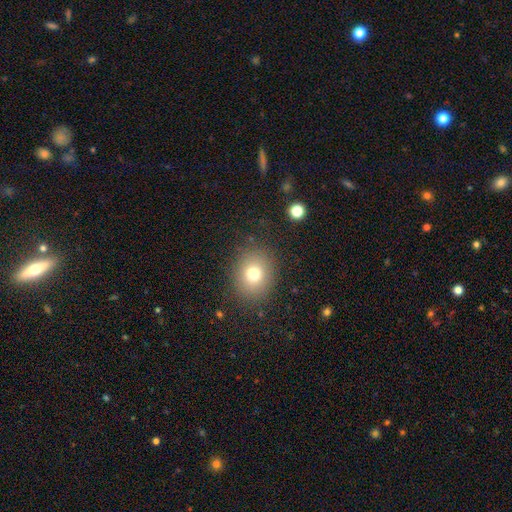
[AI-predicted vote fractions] This appears to be a smooth galaxy with no disk features (71%) that is round (68%). Merging: none (89%).